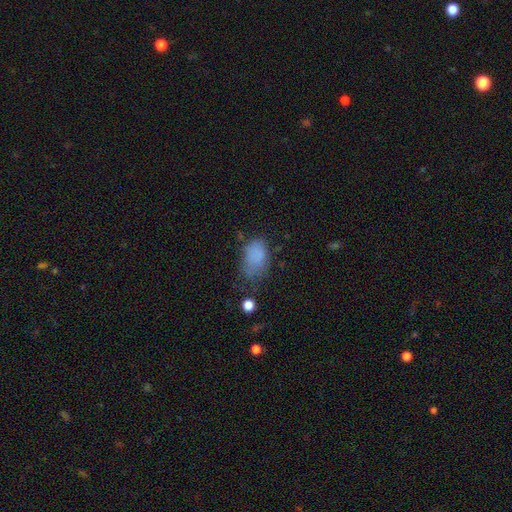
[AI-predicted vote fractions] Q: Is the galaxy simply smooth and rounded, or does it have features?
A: smooth — 78%.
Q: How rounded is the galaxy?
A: in between — 85%.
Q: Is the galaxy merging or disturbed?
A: none — 44%.